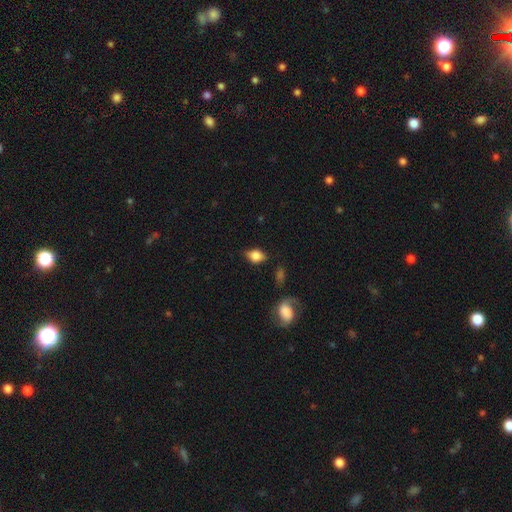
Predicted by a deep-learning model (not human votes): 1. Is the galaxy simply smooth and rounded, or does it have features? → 75% smooth, 16% featured or disk, 9% star or artifact.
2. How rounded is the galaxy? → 73% in between, 25% round, 3% cigar-shaped.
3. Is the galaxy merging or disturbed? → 65% none, 24% minor disturbance, 7% major disturbance, 4% merger.